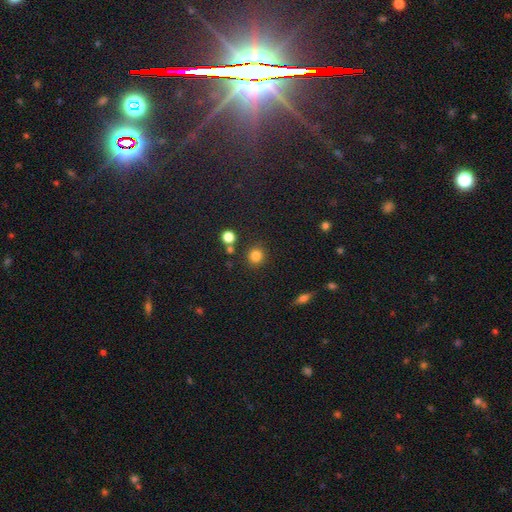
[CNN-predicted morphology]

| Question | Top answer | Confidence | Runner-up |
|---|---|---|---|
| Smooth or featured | smooth | 82% | star or artifact (13%) |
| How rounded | round | 90% | in between (9%) |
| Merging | none | 85% | minor disturbance (7%) |